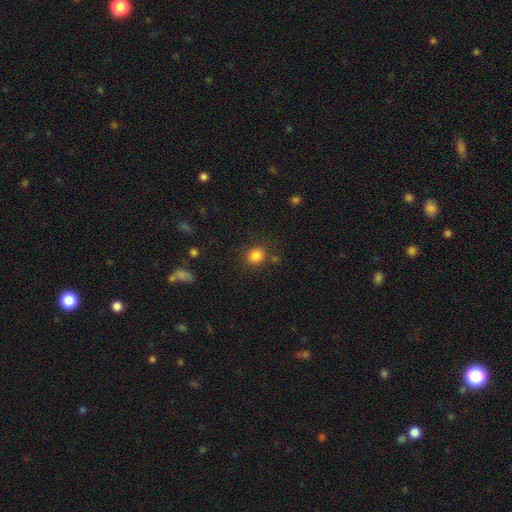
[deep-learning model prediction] This is clearly a smooth galaxy (84%). How rounded: likely round (74%). Merging: likely none (80%).